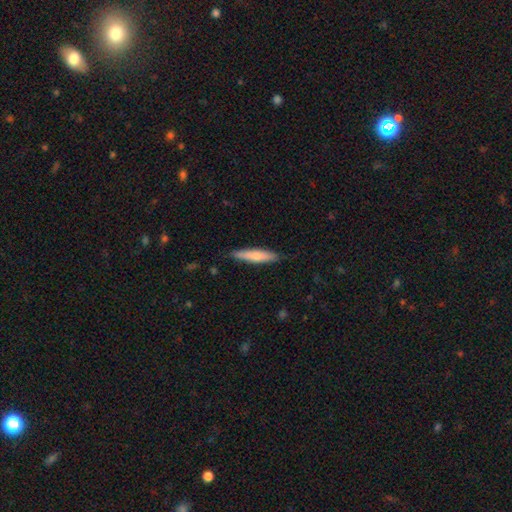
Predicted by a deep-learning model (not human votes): smooth 72%, featured or disk 22%, star or artifact 5%. Down the decision tree: how rounded — cigar-shaped (85%); merging — none (85%).